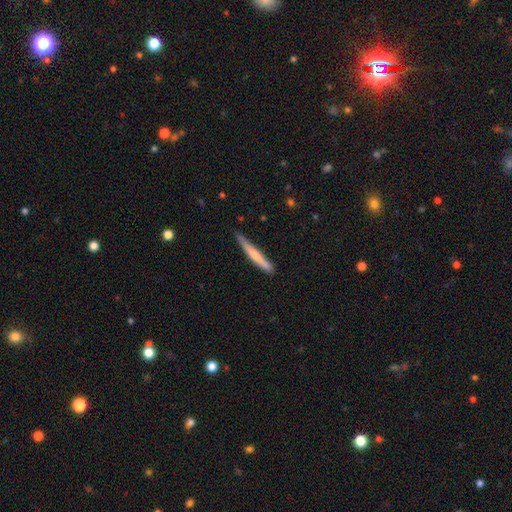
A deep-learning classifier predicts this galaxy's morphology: Smooth or featured? smooth (62%)
How rounded? cigar-shaped (96%)
Merging? none (78%)